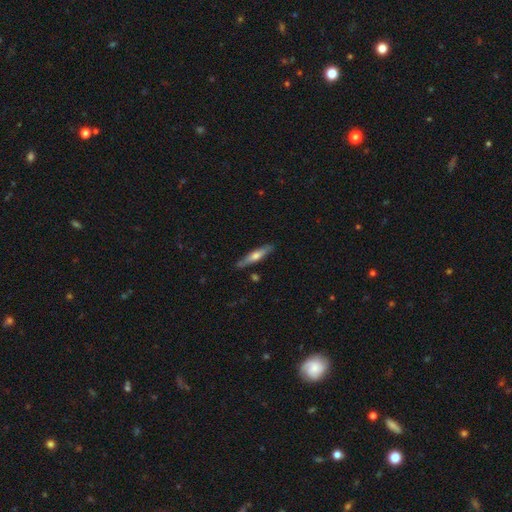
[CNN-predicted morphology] The model was most divided on "smooth or featured": featured or disk: 48%, smooth: 46%, star or artifact: 6%. More confident: merging — none (84%).